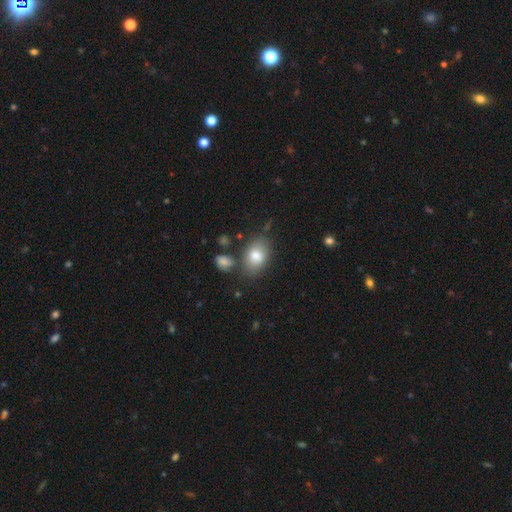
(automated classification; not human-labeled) smooth-or-featured: smooth: 79% | featured or disk: 13% | star or artifact: 8%
  how-rounded: in between: 84% | round: 15% | cigar-shaped: 1%
  merging: none: 73% | minor disturbance: 15% | merger: 8% | major disturbance: 4%